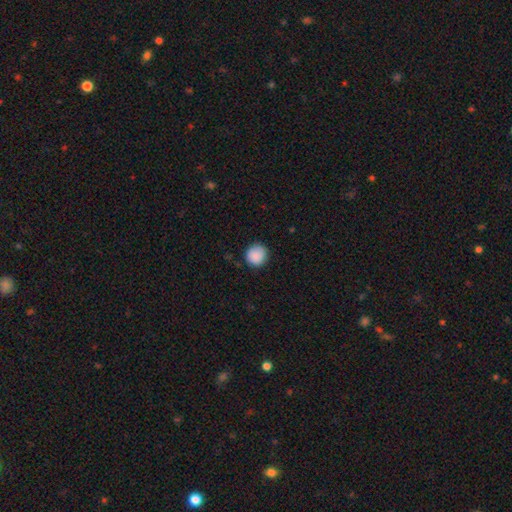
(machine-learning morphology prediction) Overall: smooth (88%). How rounded: round (93%). Merging: none (86%).